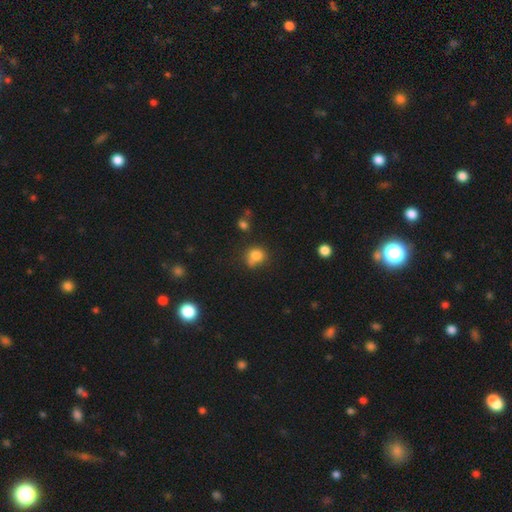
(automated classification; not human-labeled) This is likely a smooth galaxy (80%). How rounded: likely round (73%). Merging: possibly none (54%).